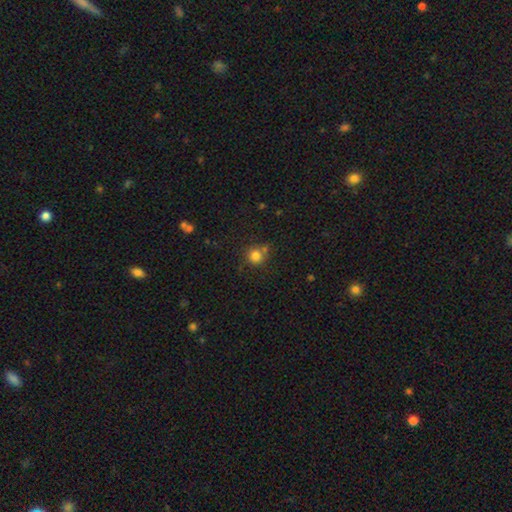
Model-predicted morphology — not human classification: smooth-or-featured: smooth: 80% | star or artifact: 13% | featured or disk: 7%
  how-rounded: round: 90% | in between: 9% | cigar-shaped: 1%
  merging: none: 66% | merger: 18% | minor disturbance: 12% | major disturbance: 4%